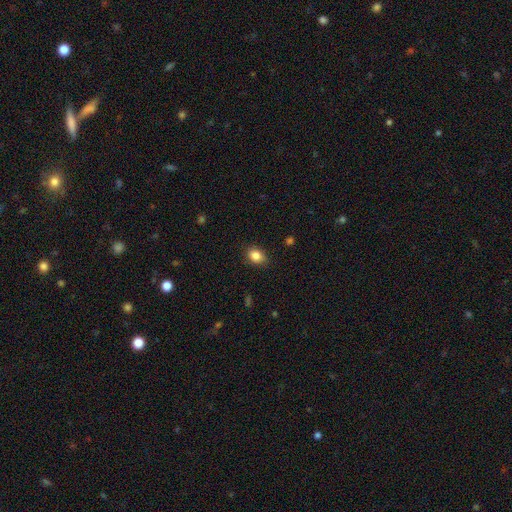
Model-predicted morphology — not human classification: Overall: smooth (85%). How rounded: in between (64%; round 35%). Merging: none (87%).